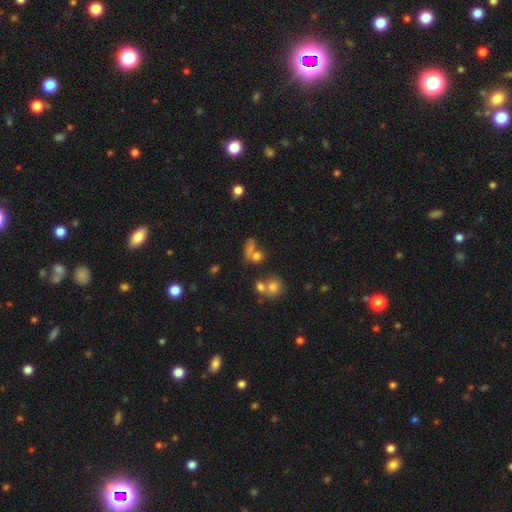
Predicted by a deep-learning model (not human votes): Morphology: type=smooth (59%); roundness=round (54%); merging=none (36%, tied with merger).